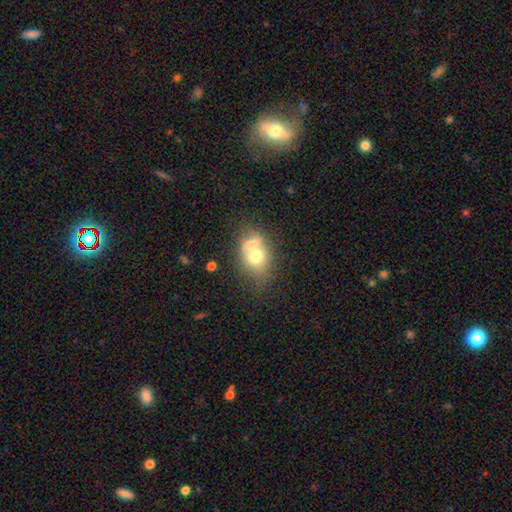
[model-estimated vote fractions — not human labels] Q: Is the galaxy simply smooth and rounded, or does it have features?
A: smooth — 65%.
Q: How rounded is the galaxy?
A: round — 53%.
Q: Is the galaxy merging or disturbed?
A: merger — 63%.